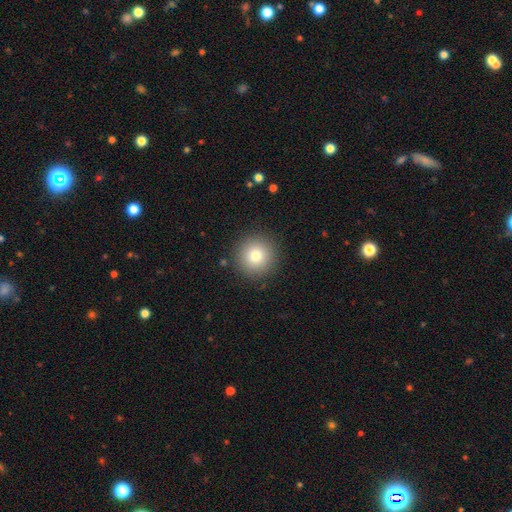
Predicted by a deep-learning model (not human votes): A smooth galaxy with no disk features (79%) that is round (96%). Merging: none (90%).